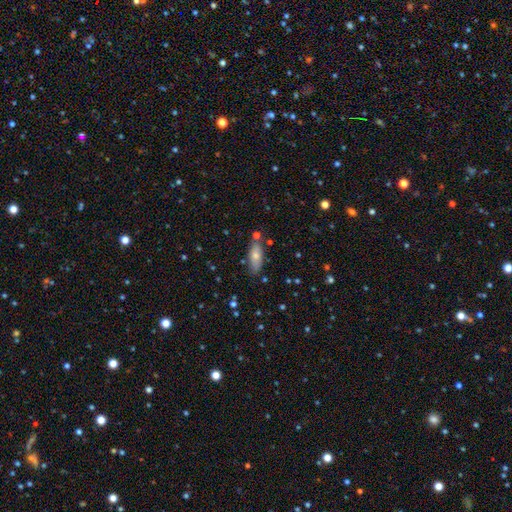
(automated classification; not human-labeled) This is likely a smooth galaxy (71%). How rounded: likely in between (71%). Merging: likely none (73%).